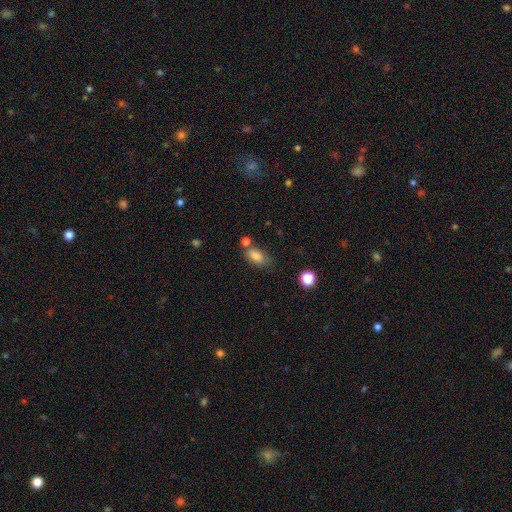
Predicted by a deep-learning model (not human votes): Morphology: type=smooth (83%); roundness=in between (88%); merging=none (59%).